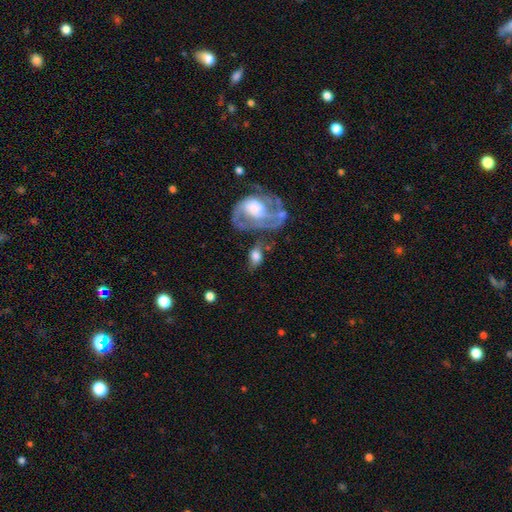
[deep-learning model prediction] This appears to be a smooth galaxy with no disk features (51%) that is in between round and cigar-shaped (80%). Merging: none (47%).